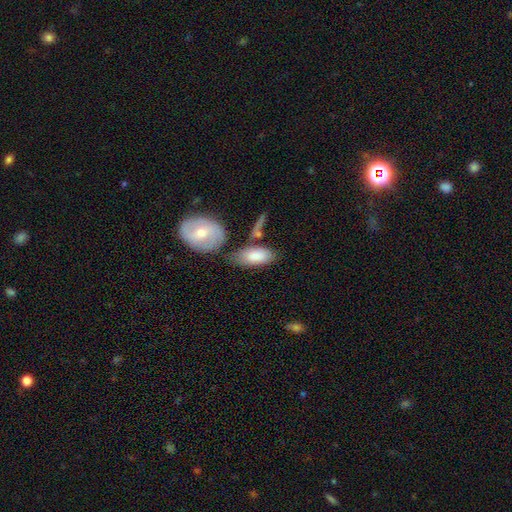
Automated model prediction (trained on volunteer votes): smooth 80%, featured or disk 15%, star or artifact 6%. Down the decision tree: how rounded — in between (91%); merging — none (55%).